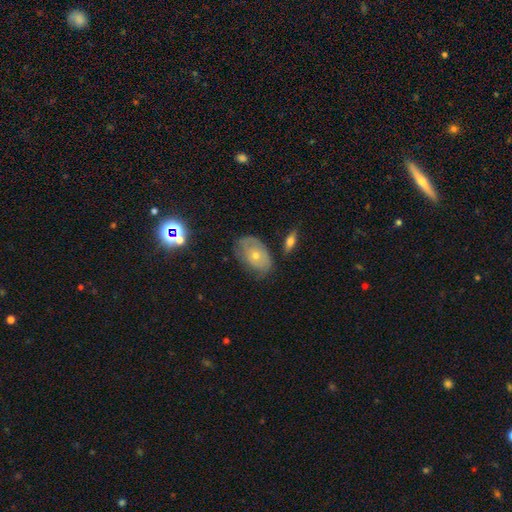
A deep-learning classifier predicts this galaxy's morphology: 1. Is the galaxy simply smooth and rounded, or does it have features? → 49% featured or disk, 37% smooth, 14% star or artifact.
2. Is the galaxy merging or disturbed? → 65% none, 24% minor disturbance, 8% major disturbance, 4% merger.